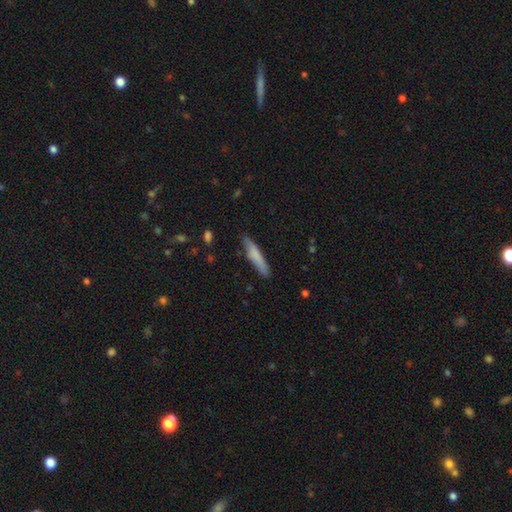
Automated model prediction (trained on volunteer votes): Smooth or featured: smooth — 73% (featured or disk — 21%)
How rounded: cigar-shaped — 90% (in between — 8%)
Merging: none — 83% (minor disturbance — 13%)